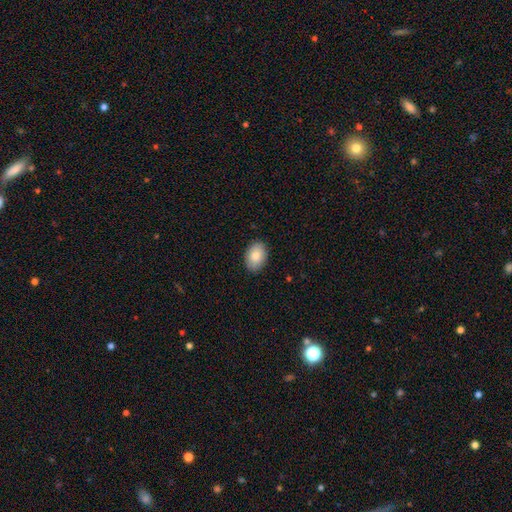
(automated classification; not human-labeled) A smooth galaxy with no disk features (86%) that is in between round and cigar-shaped (84%).

Vote fractions:
- Smooth or featured? smooth: 86% / featured or disk: 8% / star or artifact: 7%
- How rounded? in between: 84% / round: 15% / cigar-shaped: 1%
- Merging? none: 88% / minor disturbance: 9% / major disturbance: 2% / merger: 1%